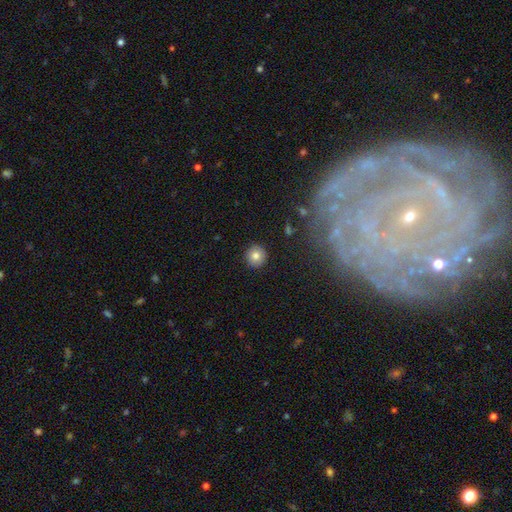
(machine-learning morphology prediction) Overall: smooth (80%). How rounded: round (93%). Merging: none (92%).